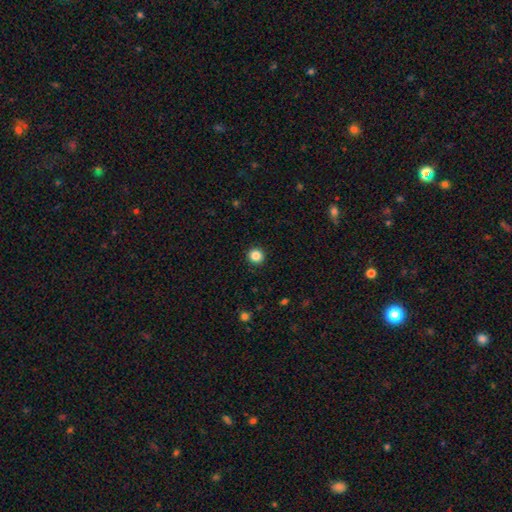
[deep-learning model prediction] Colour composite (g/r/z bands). It shows a smooth galaxy with no disk features (86%) that is round (94%). Merging: none (93%).